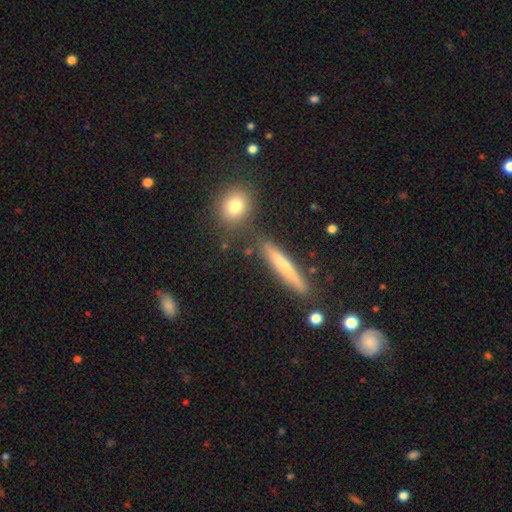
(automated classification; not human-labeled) Smooth or featured?
  - featured or disk: 49% *
  - smooth: 34%
  - star or artifact: 17%
Merging?
  - none: 77% *
  - minor disturbance: 11%
  - merger: 8%
  - major disturbance: 4%